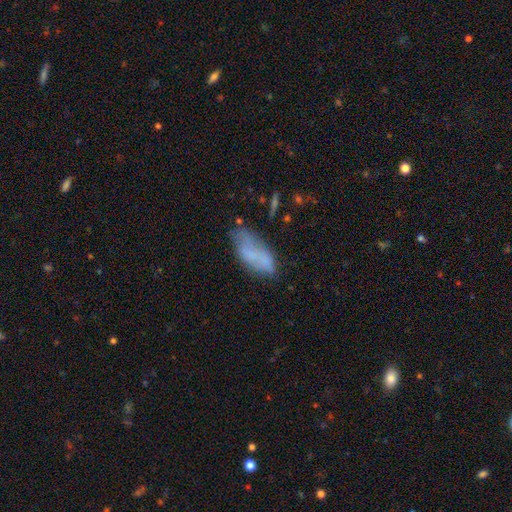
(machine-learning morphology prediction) Q: Smooth or featured?
A: smooth (59%); runner-up: featured or disk (31%)
Q: How rounded?
A: in between (86%); runner-up: cigar-shaped (12%)
Q: Merging?
A: none (48%); runner-up: minor disturbance (28%)